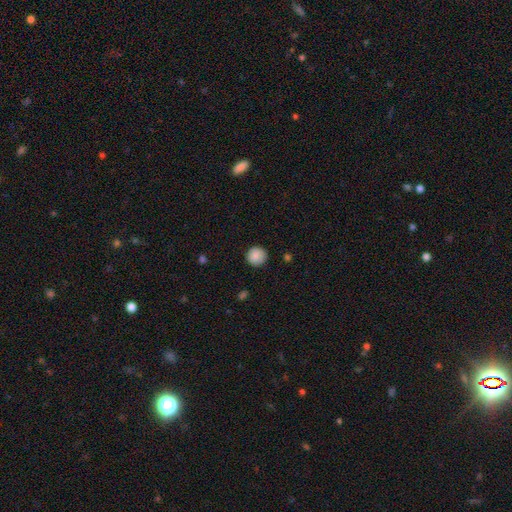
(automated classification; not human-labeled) Morphology: type=smooth (88%); roundness=round (93%); merging=none (88%).